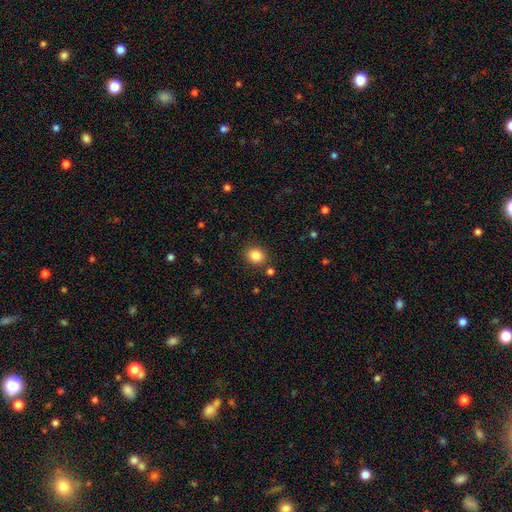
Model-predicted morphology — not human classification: Smooth or featured? Predicted: smooth (p=0.85). How rounded? Predicted: round (p=0.72). Merging? Predicted: none (p=0.86).